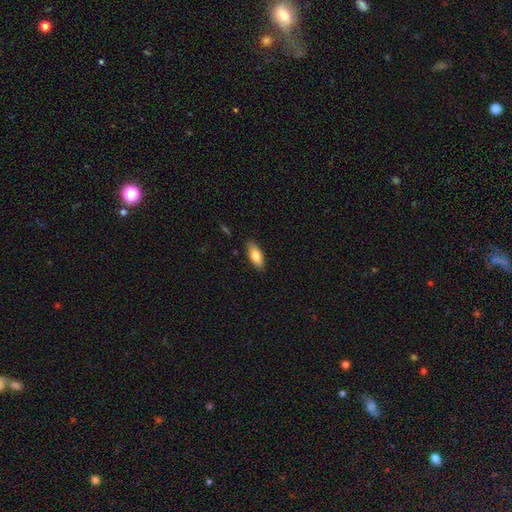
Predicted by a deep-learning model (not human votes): Morphology: type=smooth (81%); roundness=in between (82%); merging=none (87%).